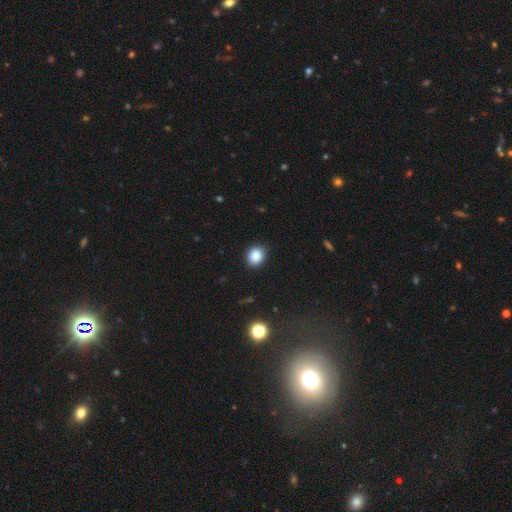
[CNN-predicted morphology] Q: Smooth or featured?
A: smooth (85%); runner-up: star or artifact (10%)
Q: How rounded?
A: round (58%); runner-up: in between (41%)
Q: Merging?
A: none (90%); runner-up: minor disturbance (7%)